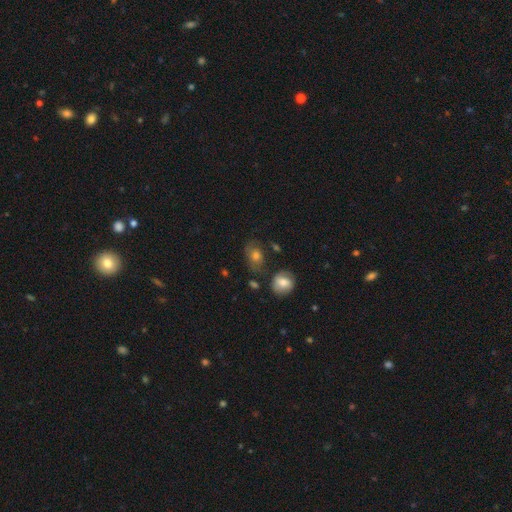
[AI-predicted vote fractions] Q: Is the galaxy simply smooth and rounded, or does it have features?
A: smooth — 69%.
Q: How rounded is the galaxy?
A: in between — 70%.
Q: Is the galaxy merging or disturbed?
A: none — 62%.